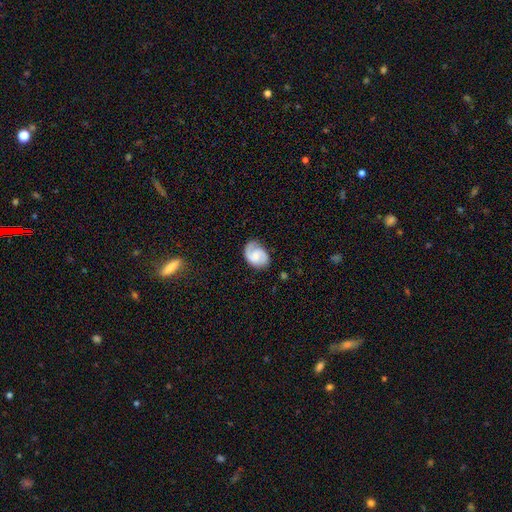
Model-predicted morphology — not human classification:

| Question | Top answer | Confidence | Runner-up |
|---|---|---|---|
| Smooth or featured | featured or disk | 69% | smooth (25%) |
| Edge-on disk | no | 98% | yes (2%) |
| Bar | no | 54% | weak (39%) |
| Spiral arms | yes | 94% | no (6%) |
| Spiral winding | medium | 44% | tight (35%) |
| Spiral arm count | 2 | 68% | 1 (23%) |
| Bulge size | small | 41% | moderate (33%) |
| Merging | none | 67% | minor disturbance (23%) |